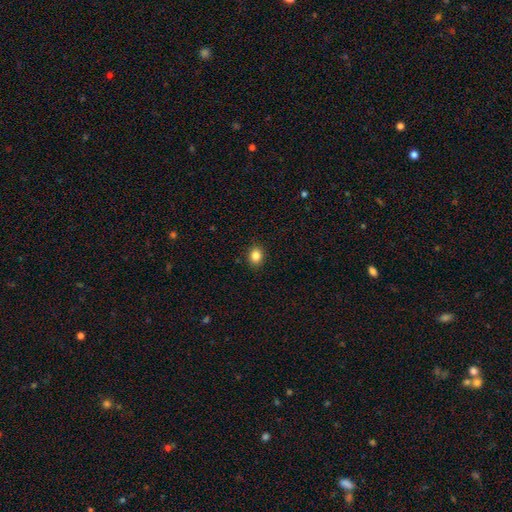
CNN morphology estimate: smooth_or_featured: smooth (p=0.85) [alt: star or artifact p=0.10]
how_rounded: round (p=0.53) [alt: in between p=0.46]
merging: none (p=0.90) [alt: minor disturbance p=0.07]